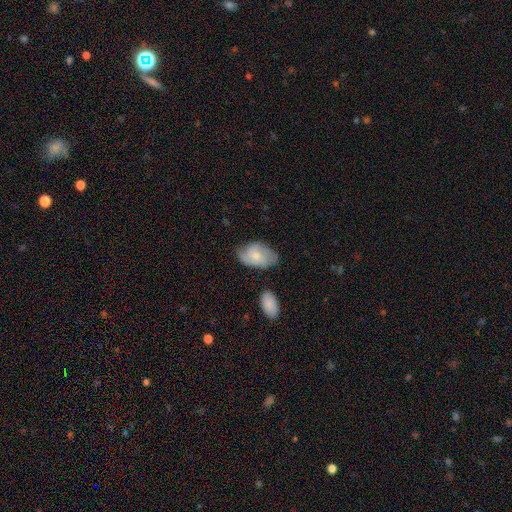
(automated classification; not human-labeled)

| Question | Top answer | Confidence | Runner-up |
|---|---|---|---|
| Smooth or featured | smooth | 52% | featured or disk (42%) |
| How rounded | in between | 89% | round (10%) |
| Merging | none | 58% | minor disturbance (30%) |